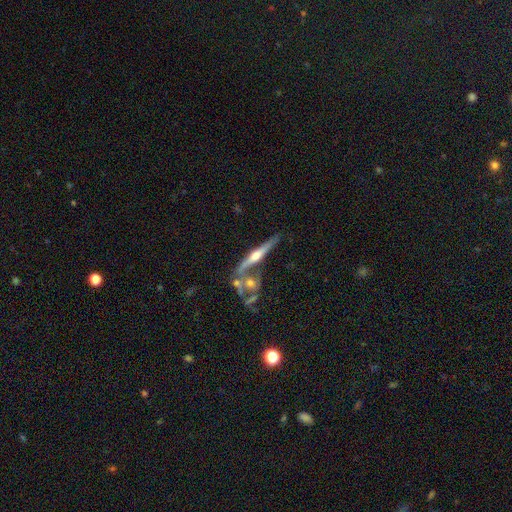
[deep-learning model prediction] Smooth or featured? featured or disk (75%)
Edge-on disk? yes (95%)
Edge-on bulge? rounded (91%)
Merging? none (61%)